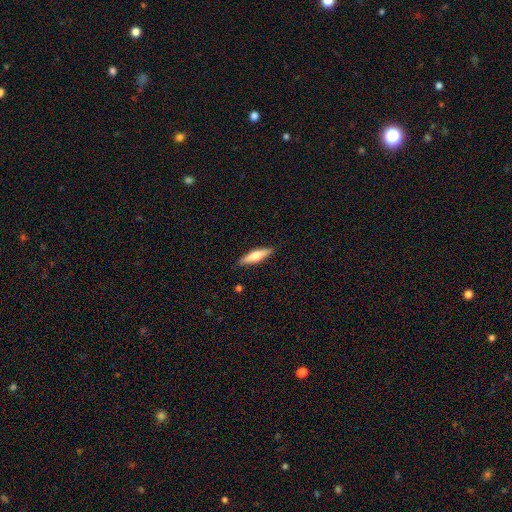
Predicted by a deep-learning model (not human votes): A smooth galaxy with no disk features (58%) that is cigar-shaped (69%). Merging: none (88%).